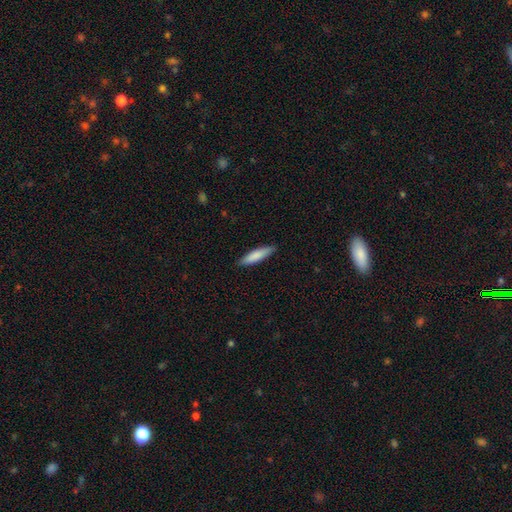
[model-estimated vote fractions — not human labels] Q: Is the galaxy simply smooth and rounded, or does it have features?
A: smooth — 83%.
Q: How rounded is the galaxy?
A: cigar-shaped — 76%.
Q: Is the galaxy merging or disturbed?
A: none — 88%.